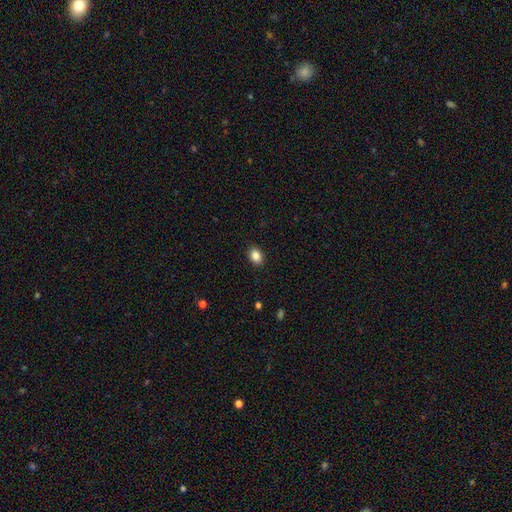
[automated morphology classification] Smooth or featured?
  - smooth: 86% *
  - star or artifact: 9%
  - featured or disk: 5%
How rounded?
  - in between: 73% *
  - round: 26%
  - cigar-shaped: 1%
Merging?
  - none: 90% *
  - minor disturbance: 7%
  - major disturbance: 2%
  - merger: 1%